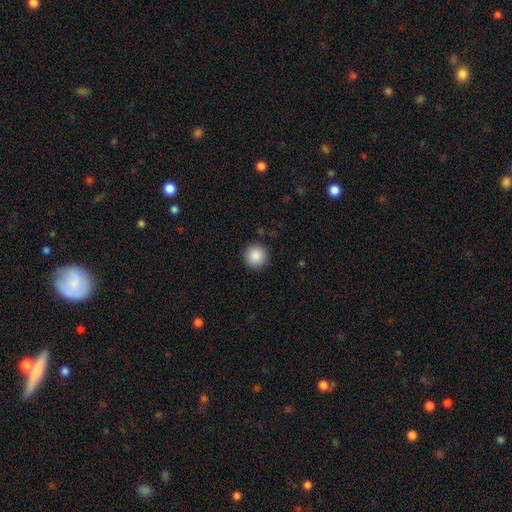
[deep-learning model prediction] This is clearly a smooth galaxy (88%). How rounded: clearly round (96%). Merging: clearly none (91%).